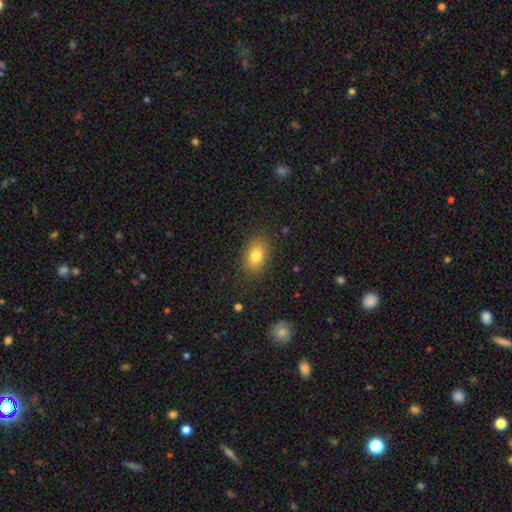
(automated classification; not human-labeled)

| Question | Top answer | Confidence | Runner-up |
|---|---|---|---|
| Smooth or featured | smooth | 80% | featured or disk (11%) |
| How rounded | in between | 82% | round (16%) |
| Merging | none | 84% | minor disturbance (11%) |